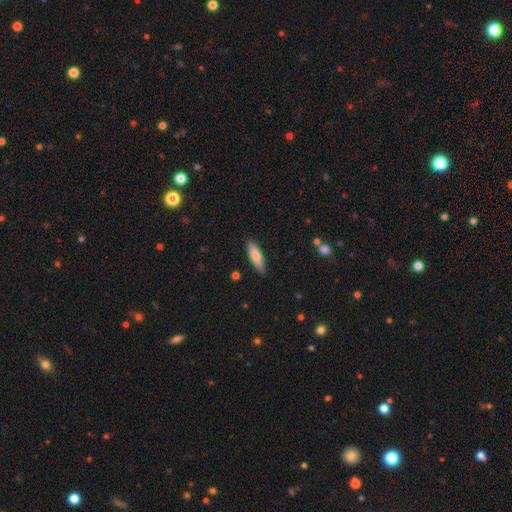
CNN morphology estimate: This appears to be a smooth galaxy with no disk features (74%) that is cigar-shaped (57%). Merging: none (87%).